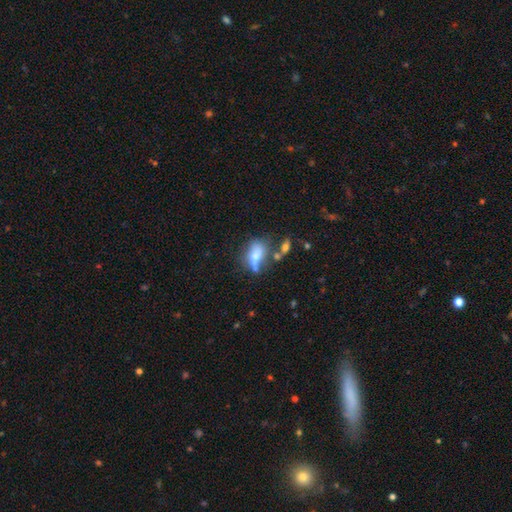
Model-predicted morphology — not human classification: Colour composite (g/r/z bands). It shows a smooth galaxy with no disk features (63%) that is in between round and cigar-shaped (76%). Merging: none (42%).